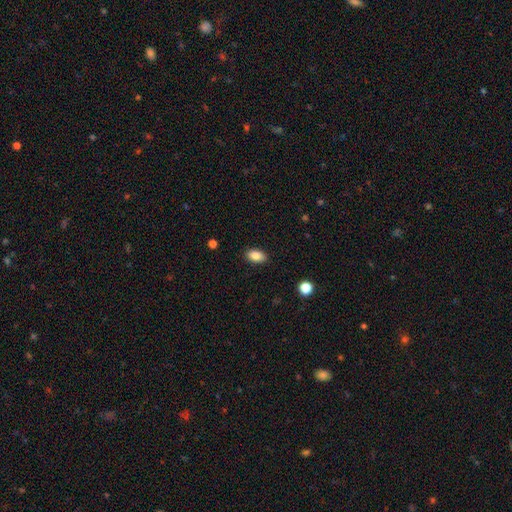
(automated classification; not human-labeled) smooth-or-featured: smooth: 85% | star or artifact: 8% | featured or disk: 7%
  how-rounded: in between: 91% | round: 7% | cigar-shaped: 2%
  merging: none: 89% | minor disturbance: 8% | major disturbance: 2% | merger: 1%